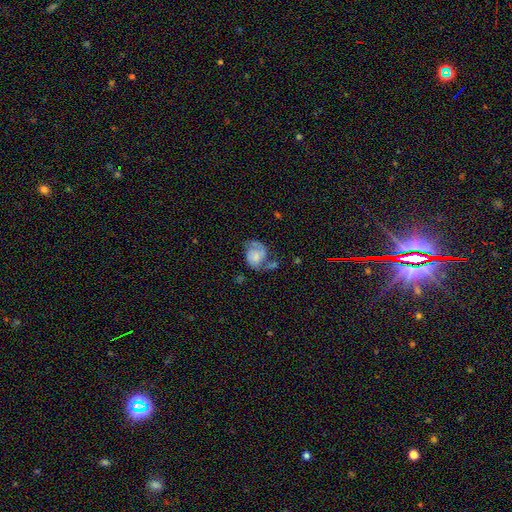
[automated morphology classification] Smooth or featured? Predicted: featured or disk (p=0.57). Edge-on disk? Predicted: no (p=0.98). Bar? Predicted: no (p=0.74). Spiral arms? Predicted: yes (p=0.80). Bulge size? Predicted: small (p=0.40). Merging? Predicted: none (p=0.34).